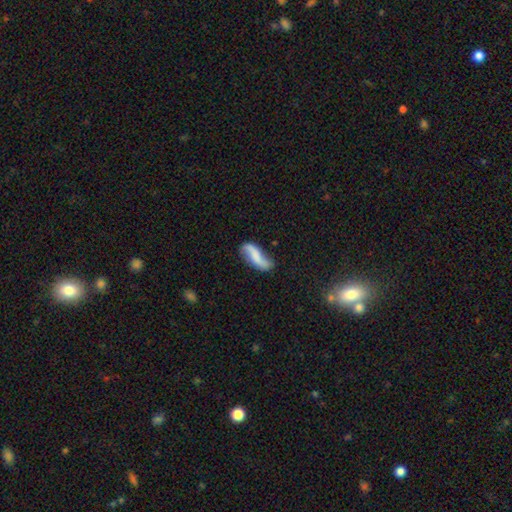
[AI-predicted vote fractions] A featured or disk galaxy (56%) with no bar (45%), spiral arms (89%) and no central bulge (55%).

Vote fractions:
- Smooth or featured? featured or disk: 56% / smooth: 37% / star or artifact: 7%
- Edge-on disk? no: 91% / yes: 9%
- Bar? no: 45% / weak: 32% / strong: 23%
- Spiral arms? yes: 89% / no: 11%
- Bulge size? none: 55% / small: 23% / moderate: 15% / large: 5% / dominant: 2%
- Merging? none: 63% / minor disturbance: 24% / major disturbance: 9% / merger: 4%